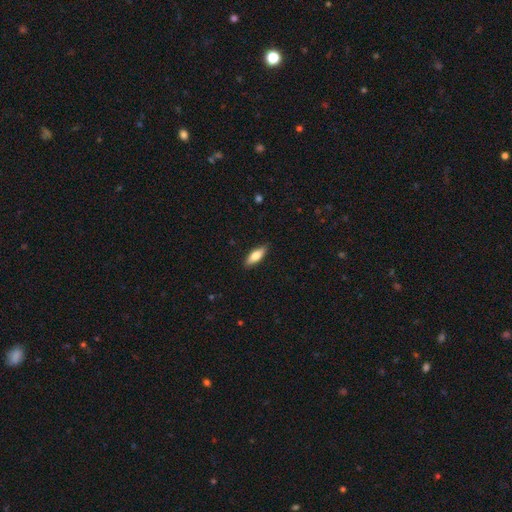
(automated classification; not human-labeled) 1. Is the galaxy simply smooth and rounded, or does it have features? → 73% smooth, 22% featured or disk, 6% star or artifact.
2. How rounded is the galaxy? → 60% in between, 38% cigar-shaped, 2% round.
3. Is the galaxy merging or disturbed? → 89% none, 9% minor disturbance, 2% major disturbance, 1% merger.